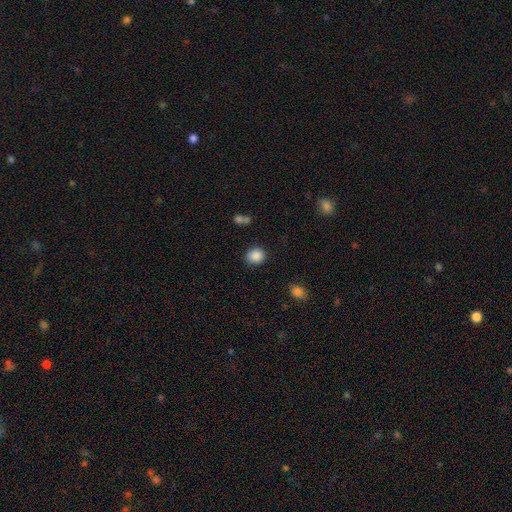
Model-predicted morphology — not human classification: The model was most divided on "how rounded": round: 75%, in between: 24%, cigar-shaped: 1%. More confident: smooth or featured — smooth (87%); merging — none (85%).